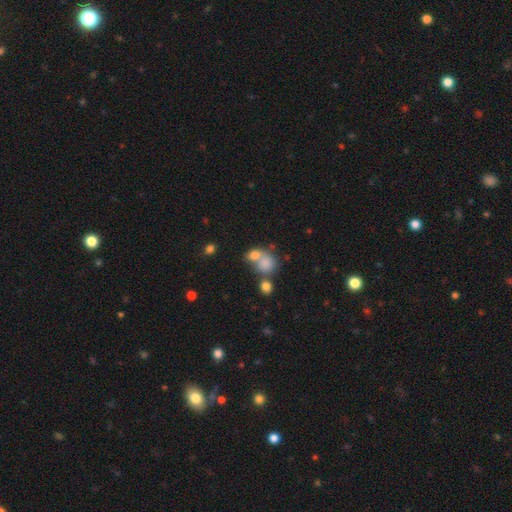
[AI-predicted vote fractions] Smooth or featured: smooth — 75% (featured or disk — 12%)
How rounded: round — 55% (in between — 43%)
Merging: merger — 54% (none — 30%)